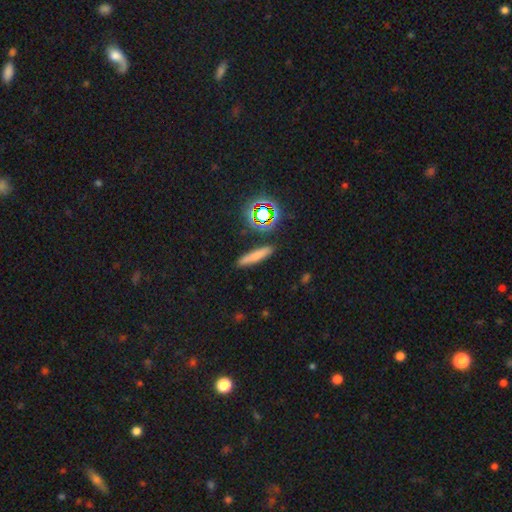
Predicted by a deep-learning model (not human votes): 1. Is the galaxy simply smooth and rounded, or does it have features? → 68% smooth, 17% star or artifact, 15% featured or disk.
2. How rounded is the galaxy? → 83% cigar-shaped, 12% in between, 5% round.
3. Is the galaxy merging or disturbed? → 86% none, 9% minor disturbance, 3% major disturbance, 2% merger.